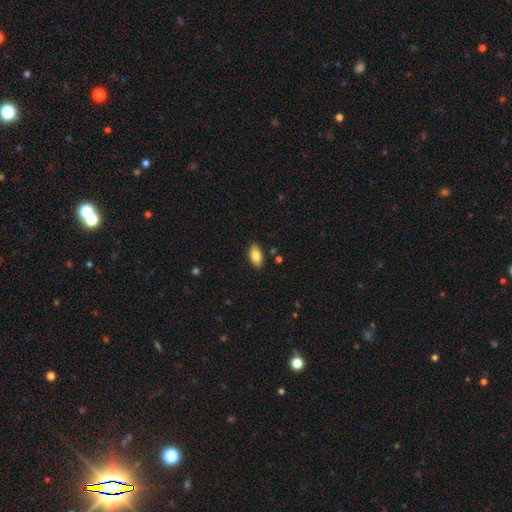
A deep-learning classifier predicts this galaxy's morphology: smooth_or_featured: smooth (p=0.82) [alt: featured or disk p=0.11]
how_rounded: in between (p=0.92) [alt: cigar-shaped p=0.05]
merging: none (p=0.87) [alt: minor disturbance p=0.10]